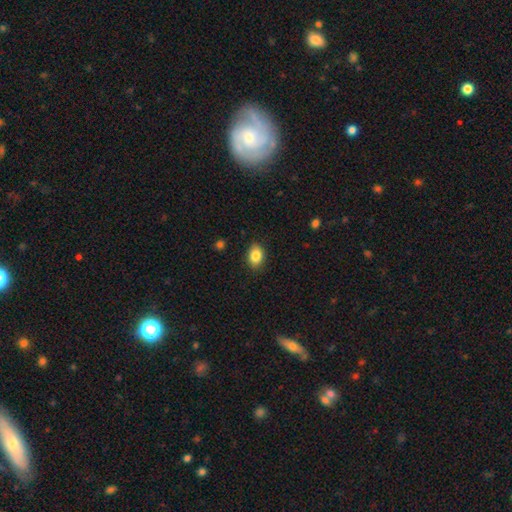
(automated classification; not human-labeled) smooth 86%, star or artifact 8%, featured or disk 6%. Down the decision tree: how rounded — in between (76%); merging — none (88%).